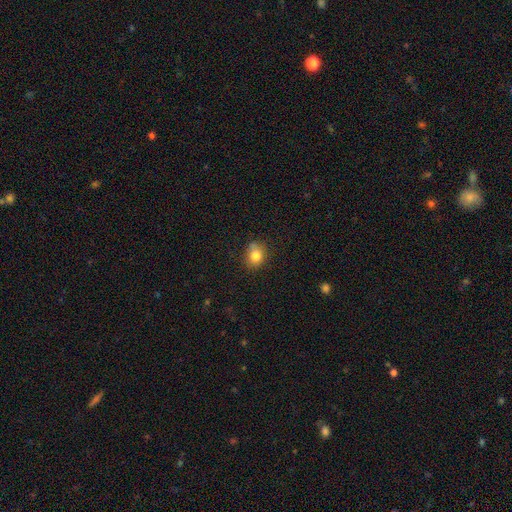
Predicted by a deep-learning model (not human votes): A smooth galaxy with no disk features (81%) that is round (61%). Merging: none (70%).